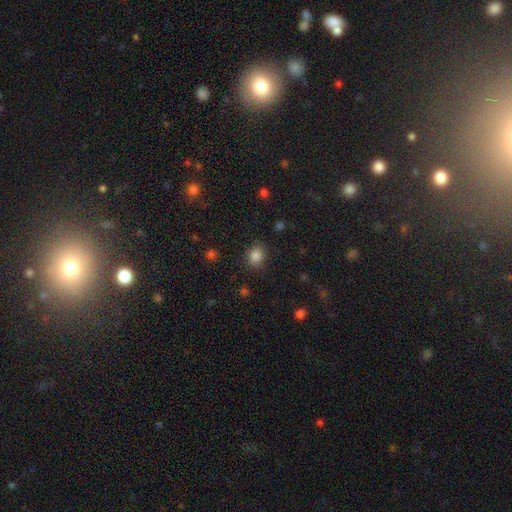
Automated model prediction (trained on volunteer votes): smooth_or_featured: smooth (p=0.85) [alt: star or artifact p=0.11]
how_rounded: round (p=0.58) [alt: in between p=0.41]
merging: none (p=0.84) [alt: minor disturbance p=0.11]